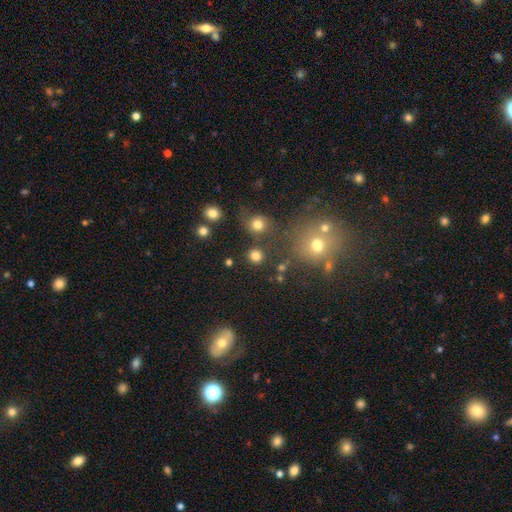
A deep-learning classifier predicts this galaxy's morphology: smooth-or-featured: smooth: 80% | star or artifact: 15% | featured or disk: 5%
  how-rounded: round: 92% | in between: 7% | cigar-shaped: 1%
  merging: none: 83% | merger: 7% | minor disturbance: 7% | major disturbance: 3%